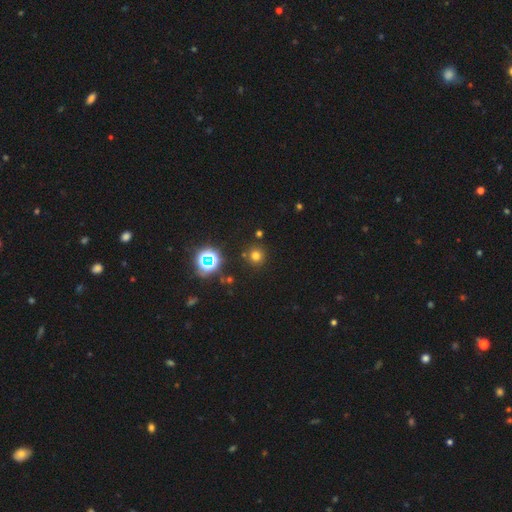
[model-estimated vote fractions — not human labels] This appears to be a smooth galaxy with no disk features (67%) that is round (94%). Merging: none (86%).